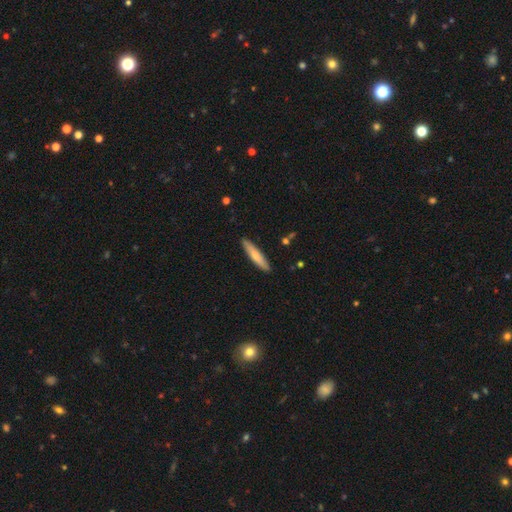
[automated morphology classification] This is likely a smooth galaxy (69%). How rounded: clearly cigar-shaped (89%). Merging: clearly none (89%).